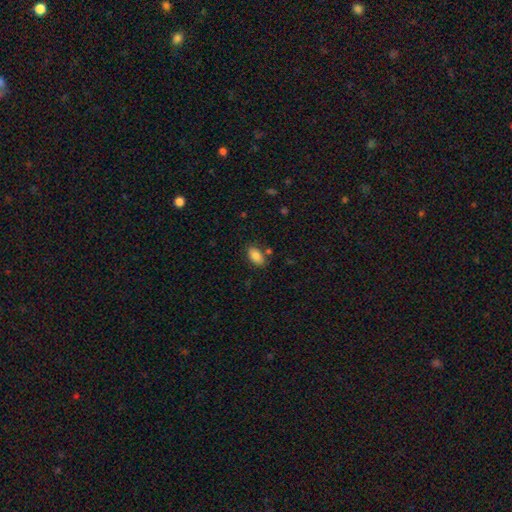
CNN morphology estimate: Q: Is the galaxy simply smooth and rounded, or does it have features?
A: smooth — 84%.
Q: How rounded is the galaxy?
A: in between — 92%.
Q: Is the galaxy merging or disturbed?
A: none — 77%.